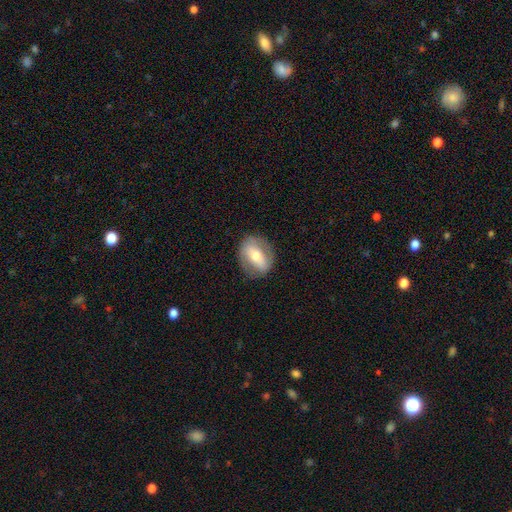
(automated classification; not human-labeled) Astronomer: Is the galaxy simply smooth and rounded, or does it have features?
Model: featured or disk — 48% (runner-up: smooth, 45%).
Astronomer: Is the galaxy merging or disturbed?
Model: none — 81%.